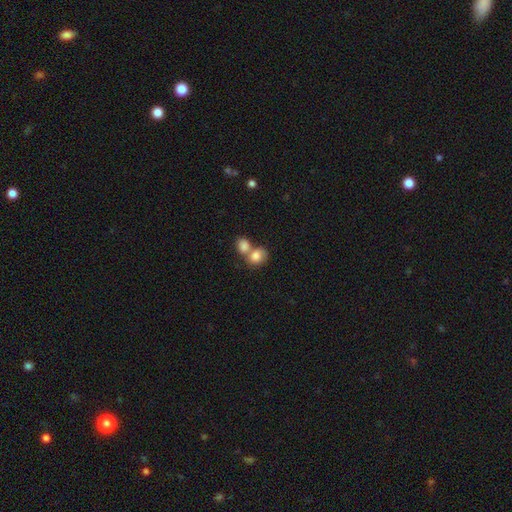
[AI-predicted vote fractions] Overall: smooth (82%). How rounded: round (55%; in between 44%). Merging: merger (61%; none 26%).